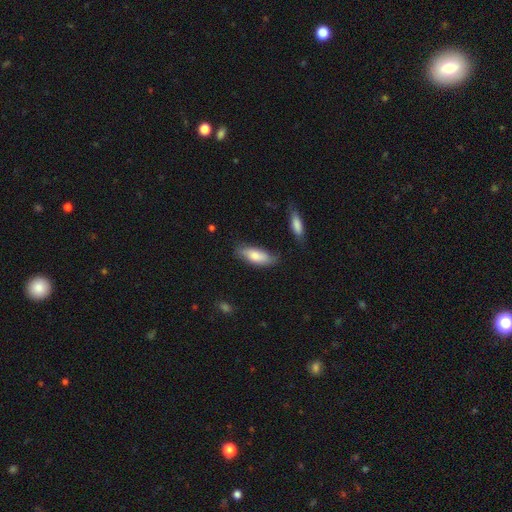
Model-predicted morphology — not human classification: A smooth galaxy with no disk features (76%) that is in between round and cigar-shaped (71%). Merging: none (69%).